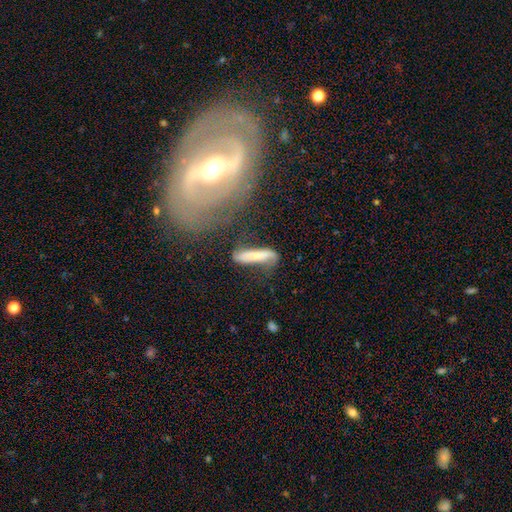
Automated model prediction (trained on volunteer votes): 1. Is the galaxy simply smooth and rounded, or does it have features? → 56% smooth, 36% featured or disk, 8% star or artifact.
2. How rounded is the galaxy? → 81% cigar-shaped, 17% in between, 2% round.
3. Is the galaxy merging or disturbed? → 52% none, 24% minor disturbance, 15% major disturbance, 9% merger.